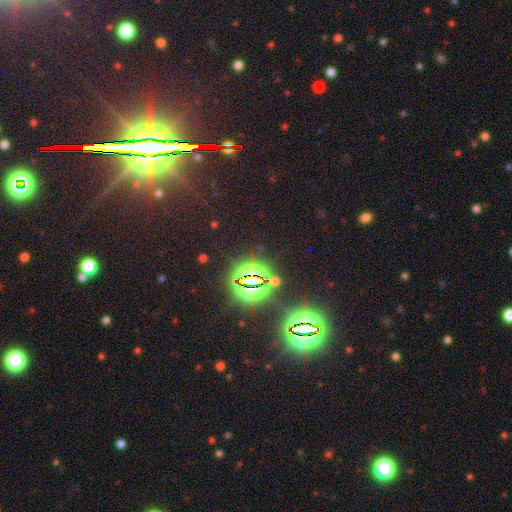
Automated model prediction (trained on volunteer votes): This is clearly a star or artifact rather than a galaxy (84%).